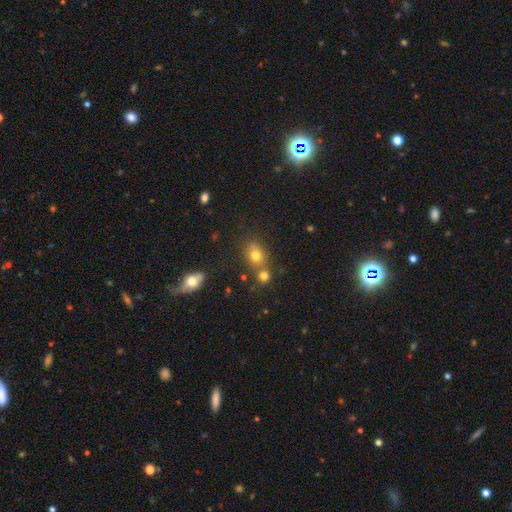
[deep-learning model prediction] Smooth or featured? smooth (72%)
How rounded? round (59%)
Merging? none (56%)